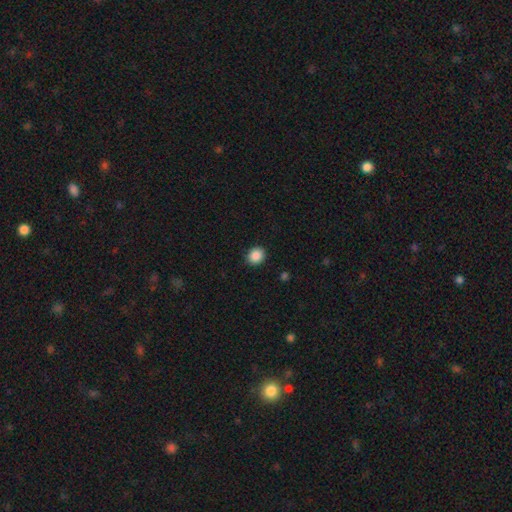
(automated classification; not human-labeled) A smooth galaxy with no disk features (88%) that is round (77%).

Vote fractions:
- Smooth or featured? smooth: 88% / star or artifact: 9% / featured or disk: 3%
- How rounded? round: 77% / in between: 22% / cigar-shaped: 1%
- Merging? none: 90% / minor disturbance: 7% / major disturbance: 2% / merger: 1%